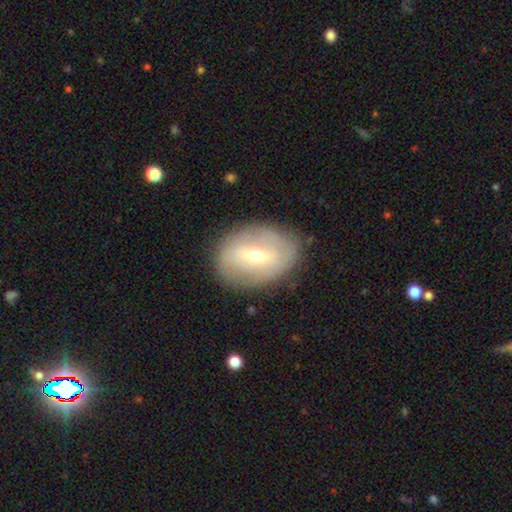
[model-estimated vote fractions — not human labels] Overall: featured or disk (57%; smooth 35%). Edge-on disk: no (91%). Bar: weak (45%; strong 32%). Spiral arms: no (56%; yes 44%). Bulge size: moderate (53%; small 42%). Merging: none (80%).